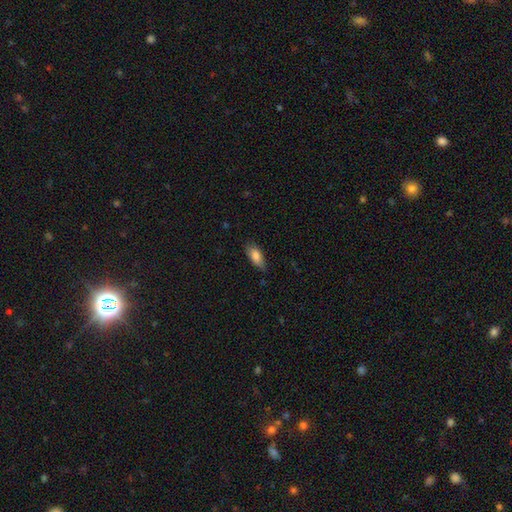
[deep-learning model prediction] This appears to be a smooth galaxy with no disk features (83%) that is in between round and cigar-shaped (80%). Merging: none (75%).